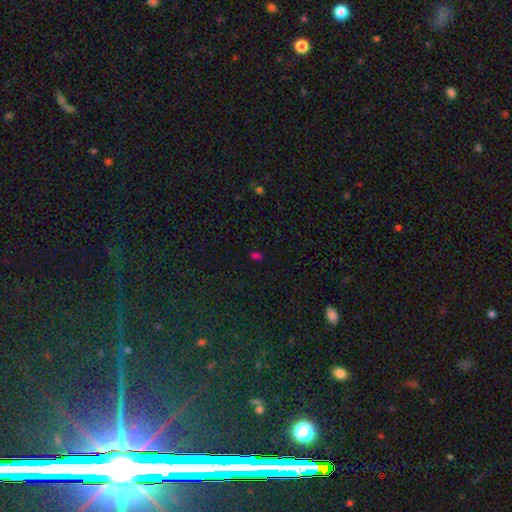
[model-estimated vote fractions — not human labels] A smooth galaxy with no disk features (56%) that is in between round and cigar-shaped (80%).

Vote fractions:
- Smooth or featured? smooth: 56% / star or artifact: 39% / featured or disk: 6%
- How rounded? in between: 80% / round: 17% / cigar-shaped: 3%
- Merging? none: 75% / minor disturbance: 14% / merger: 6% / major disturbance: 5%